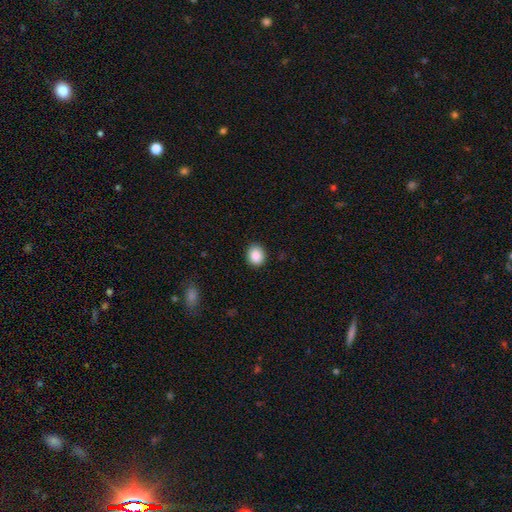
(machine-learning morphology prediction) The model was most divided on "how rounded": round: 59%, in between: 41%, cigar-shaped: 1%. More confident: merging — none (89%); smooth or featured — smooth (89%).